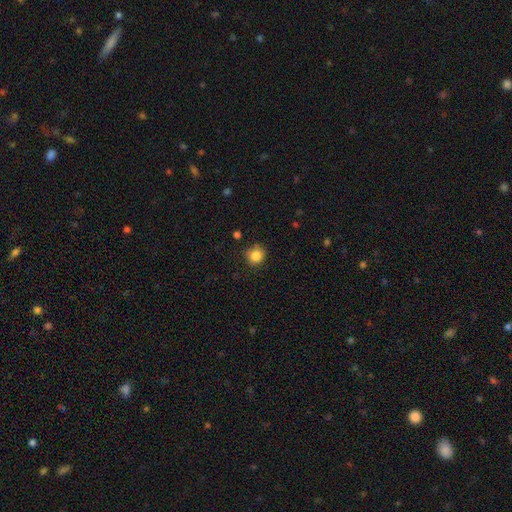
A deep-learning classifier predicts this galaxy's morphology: Smooth or featured? Predicted: smooth (p=0.84). How rounded? Predicted: round (p=0.87). Merging? Predicted: none (p=0.77).